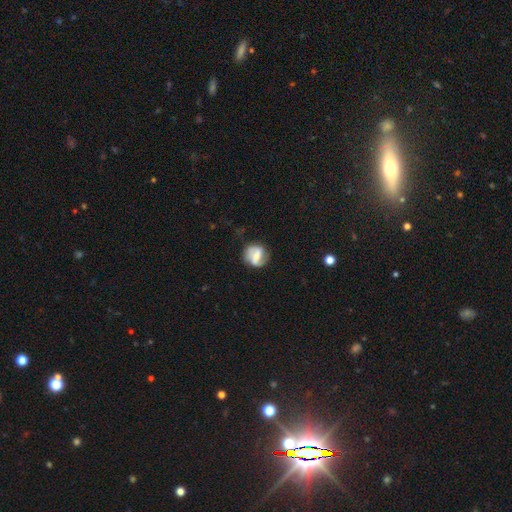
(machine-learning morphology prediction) The model was most divided on "bulge size": small: 39%, moderate: 34%, none: 17%, large: 8%, dominant: 2%. Remaining: edge-on disk — no (96%); spiral arms — yes (75%); merging — none (69%); smooth or featured — featured or disk (58%); bar — strong (43%).